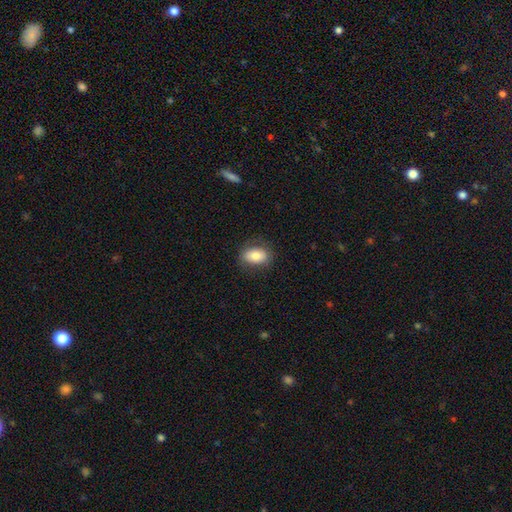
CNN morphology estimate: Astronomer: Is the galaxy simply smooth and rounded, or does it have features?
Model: smooth — 80%.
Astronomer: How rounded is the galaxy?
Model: in between — 85%.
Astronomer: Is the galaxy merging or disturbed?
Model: none — 80%.